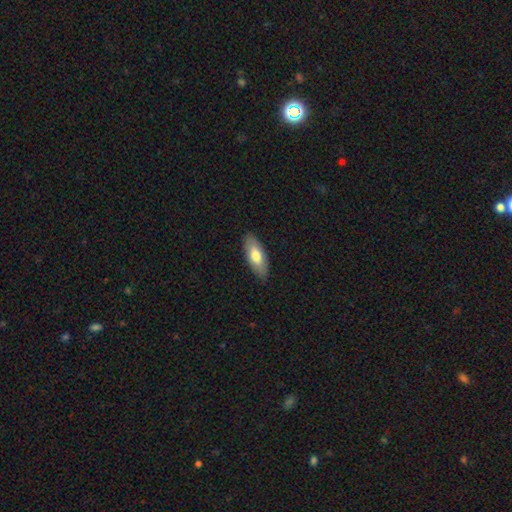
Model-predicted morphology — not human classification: smooth_or_featured: smooth (p=0.70) [alt: featured or disk p=0.24]
how_rounded: in between (p=0.81) [alt: cigar-shaped p=0.16]
merging: none (p=0.86) [alt: minor disturbance p=0.11]